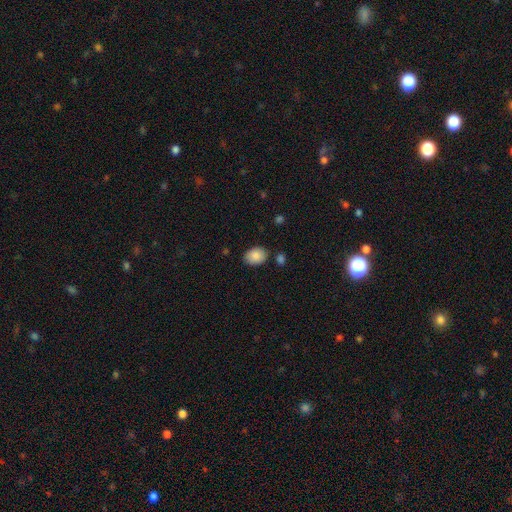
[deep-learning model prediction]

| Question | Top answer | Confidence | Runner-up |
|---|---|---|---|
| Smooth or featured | smooth | 88% | star or artifact (7%) |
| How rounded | in between | 77% | round (22%) |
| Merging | none | 81% | minor disturbance (12%) |